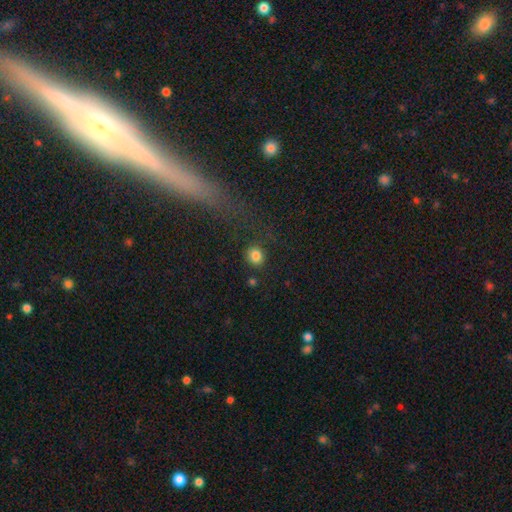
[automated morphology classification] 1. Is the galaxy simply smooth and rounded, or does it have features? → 84% smooth, 11% star or artifact, 5% featured or disk.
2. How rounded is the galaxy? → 79% round, 19% in between, 1% cigar-shaped.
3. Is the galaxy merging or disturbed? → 79% none, 10% minor disturbance, 5% major disturbance, 5% merger.